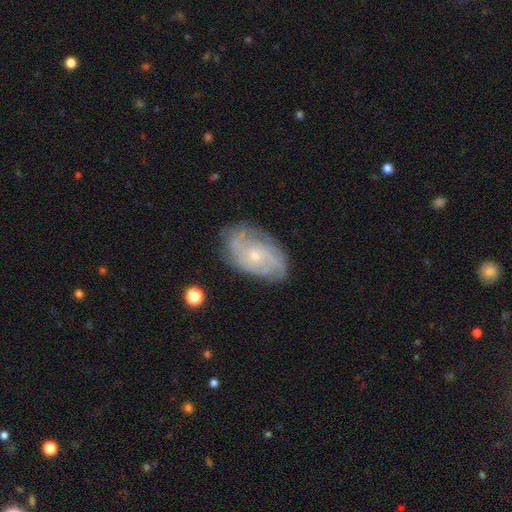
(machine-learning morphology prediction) Overall: featured or disk (78%). Edge-on disk: no (95%). Bar: no (77%). Spiral arms: yes (92%). Spiral arm count: can't tell (40%; 2 21%). Spiral winding: tight (56%; medium 33%). Bulge size: small (69%). Merging: none (75%).